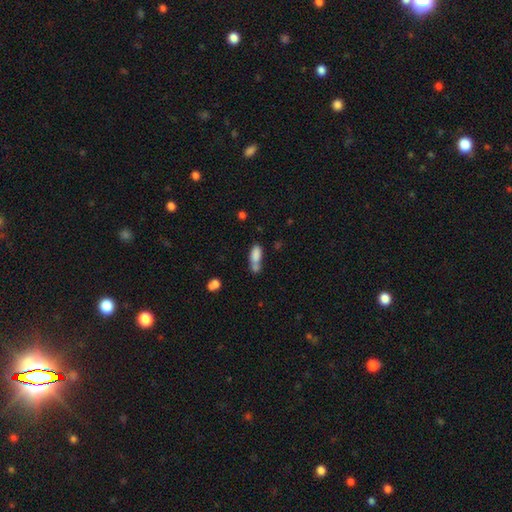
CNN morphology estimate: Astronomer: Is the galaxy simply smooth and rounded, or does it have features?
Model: smooth — 80%.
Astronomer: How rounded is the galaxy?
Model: in between — 73%.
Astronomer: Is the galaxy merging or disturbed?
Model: merger — 43% (runner-up: none, 32%).